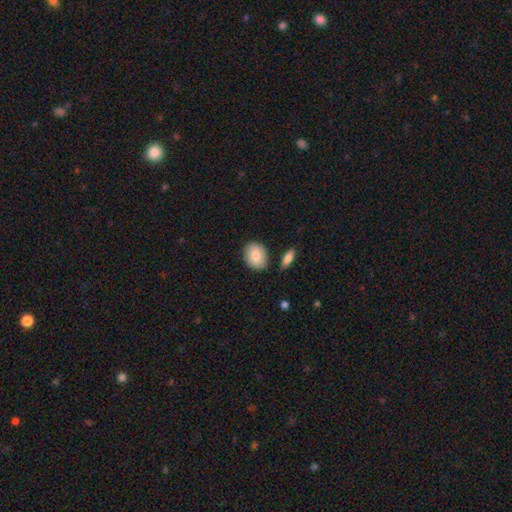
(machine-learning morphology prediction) A smooth galaxy with no disk features (85%) that is in between round and cigar-shaped (63%). Merging: none (79%).